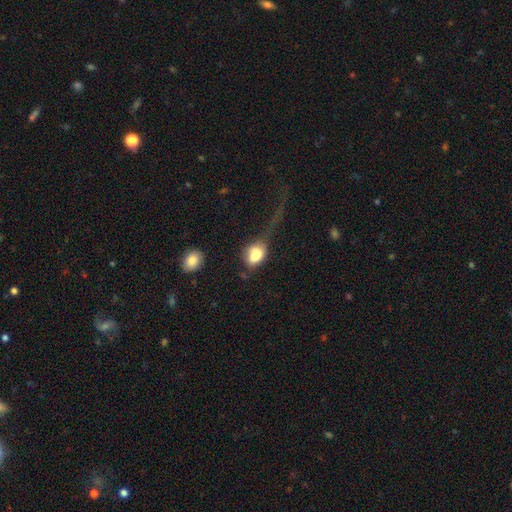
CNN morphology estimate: type=smooth (78%); roundness=in between (73%); merging=major disturbance (38%).